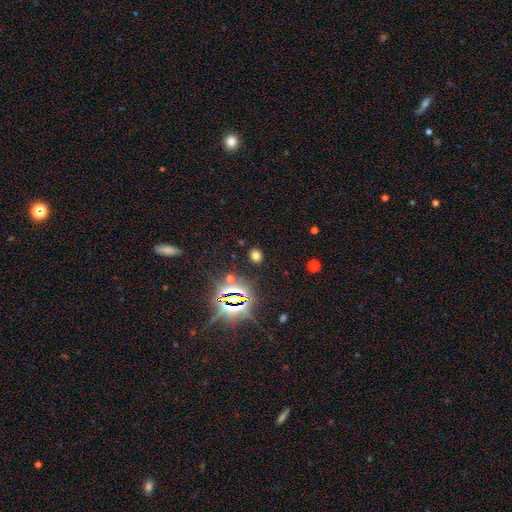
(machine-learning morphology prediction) Smooth or featured: smooth — 61% (star or artifact — 32%)
How rounded: round — 59% (in between — 40%)
Merging: none — 88% (minor disturbance — 7%)